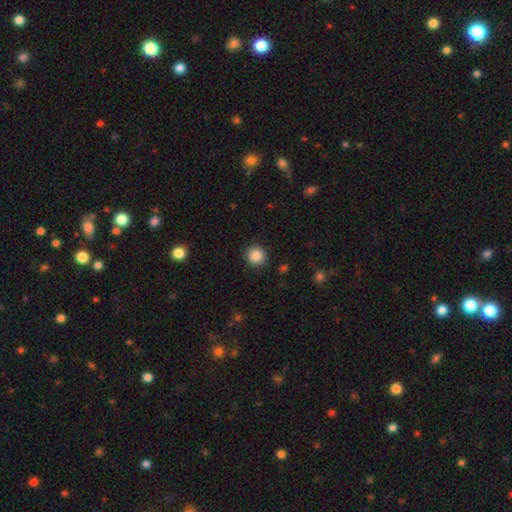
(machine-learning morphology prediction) Overall: smooth (87%). How rounded: round (90%). Merging: none (89%).